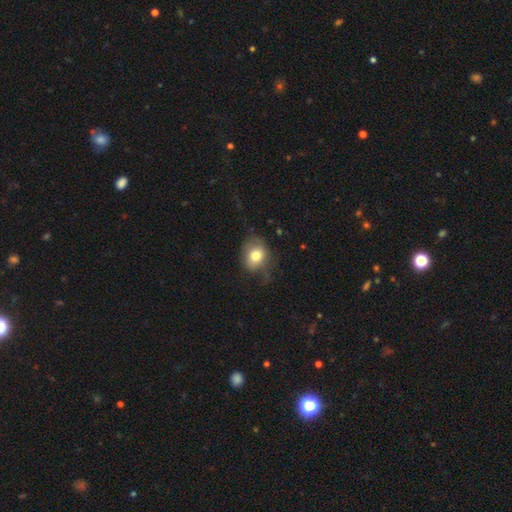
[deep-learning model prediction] Morphology: type=smooth (77%); roundness=in between (52%); merging=none (59%).